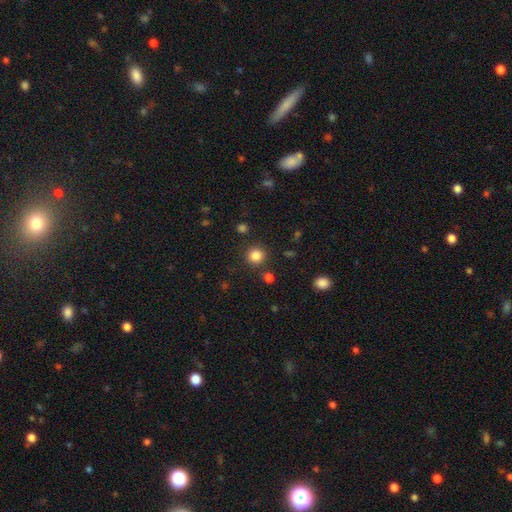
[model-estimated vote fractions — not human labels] Smooth or featured?
  - smooth: 84% *
  - star or artifact: 12%
  - featured or disk: 4%
How rounded?
  - round: 92% *
  - in between: 7%
  - cigar-shaped: 1%
Merging?
  - none: 86% *
  - minor disturbance: 7%
  - merger: 4%
  - major disturbance: 3%